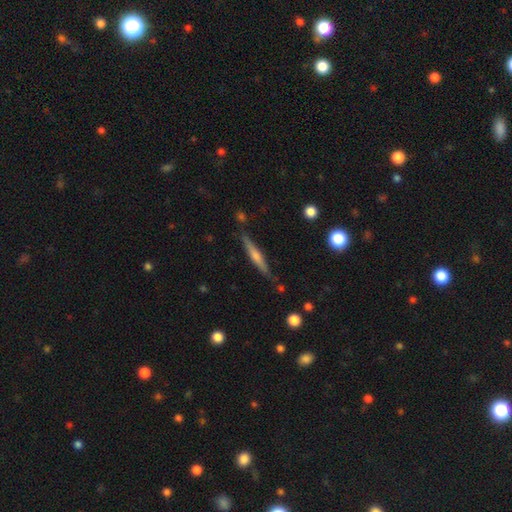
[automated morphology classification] smooth_or_featured: featured or disk (p=0.66) [alt: smooth p=0.27]
disk_edge_on: yes (p=0.97) [alt: no p=0.03]
edge_on_bulge: rounded (p=0.71) [alt: none p=0.18]
merging: none (p=0.85) [alt: minor disturbance p=0.10]